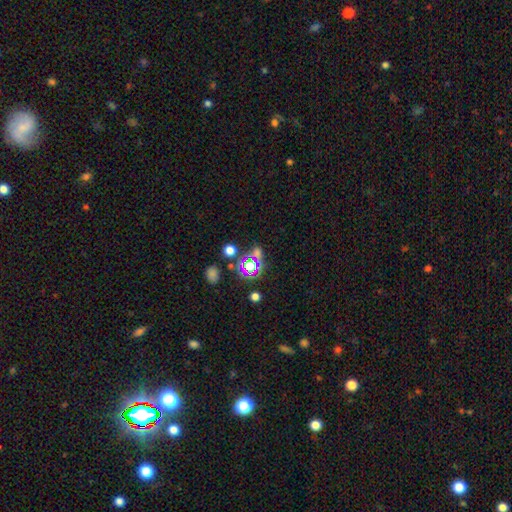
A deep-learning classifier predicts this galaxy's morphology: The model was most divided on "smooth or featured": star or artifact: 66%, smooth: 25%, featured or disk: 9%.